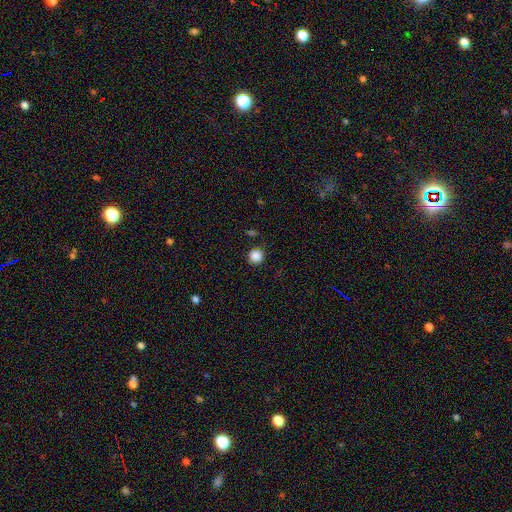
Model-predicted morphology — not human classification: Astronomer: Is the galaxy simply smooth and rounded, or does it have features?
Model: smooth — 86%.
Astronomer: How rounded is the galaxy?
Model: round — 95%.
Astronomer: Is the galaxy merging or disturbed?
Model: none — 86%.